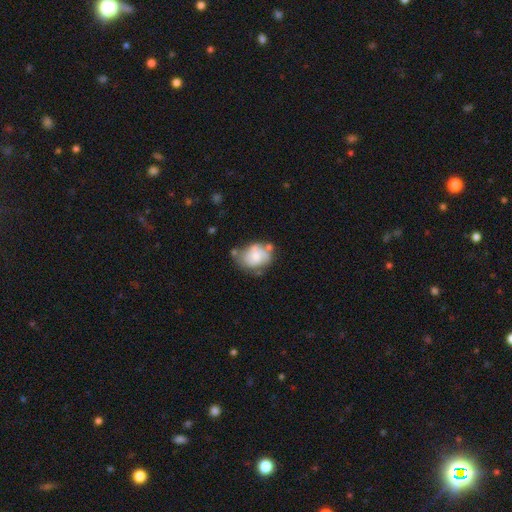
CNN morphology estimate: A smooth galaxy with no disk features (48%). Merging: none (46%).